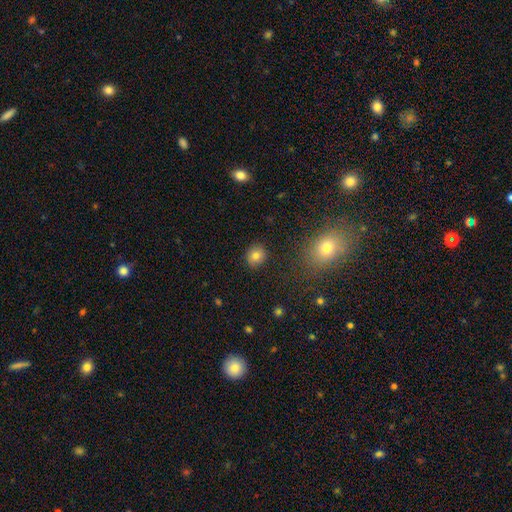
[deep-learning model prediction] Morphology: type=smooth (81%); roundness=round (77%); merging=none (89%).